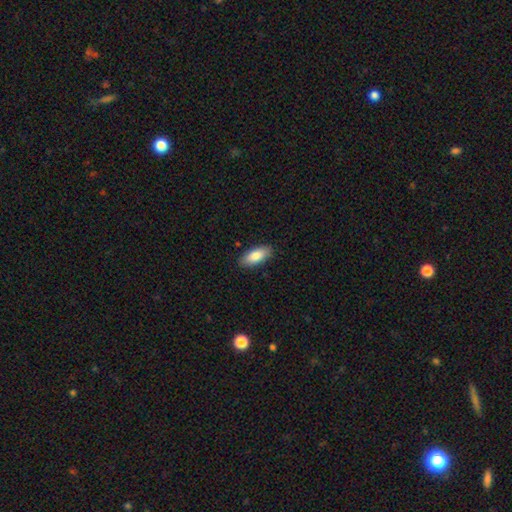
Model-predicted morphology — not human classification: Smooth or featured? smooth (86%)
How rounded? in between (84%)
Merging? none (88%)